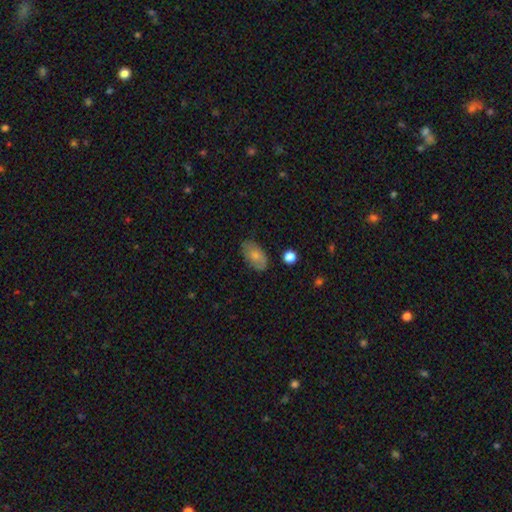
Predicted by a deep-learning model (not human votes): A smooth galaxy with no disk features (75%) that is in between round and cigar-shaped (93%).

Vote fractions:
- Smooth or featured? smooth: 75% / featured or disk: 18% / star or artifact: 7%
- How rounded? in between: 93% / round: 5% / cigar-shaped: 2%
- Merging? none: 76% / minor disturbance: 19% / major disturbance: 4% / merger: 2%